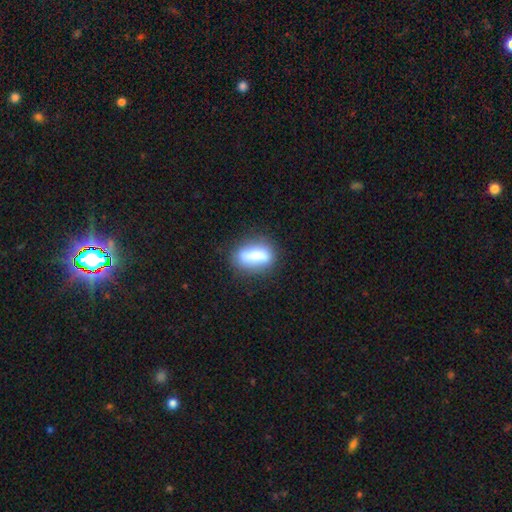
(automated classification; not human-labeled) Morphology: type=smooth (71%); roundness=in between (70%); merging=none (75%).